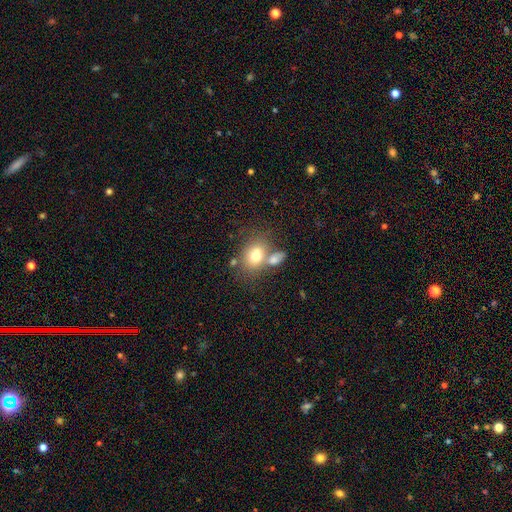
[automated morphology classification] Smooth or featured? Predicted: smooth (p=0.73). How rounded? Predicted: in between (p=0.67). Merging? Predicted: none (p=0.47).